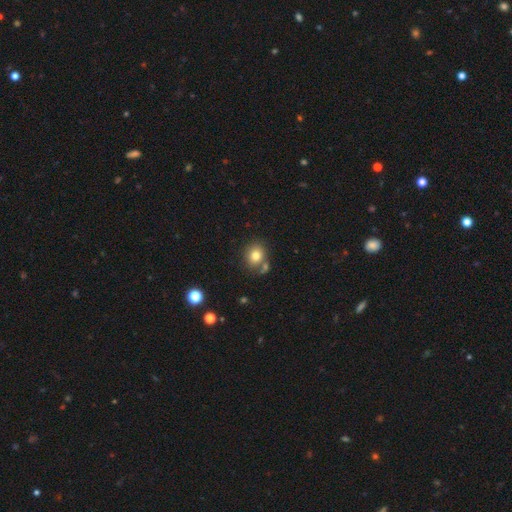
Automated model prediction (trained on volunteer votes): Smooth or featured: smooth — 79% (star or artifact — 11%)
How rounded: round — 71% (in between — 28%)
Merging: none — 66% (merger — 18%)